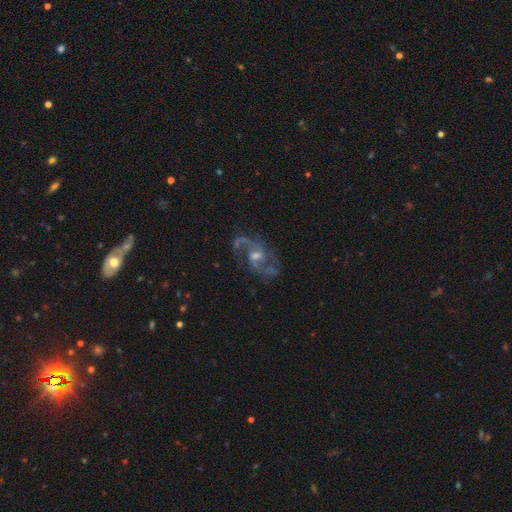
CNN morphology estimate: Overall: featured or disk (89%). Edge-on disk: no (97%). Bar: weak (50%; no 37%). Spiral arms: yes (96%). Spiral arm count: 2 (84%). Spiral winding: medium (46%; loose 45%). Bulge size: moderate (51%; small 39%). Merging: none (69%).